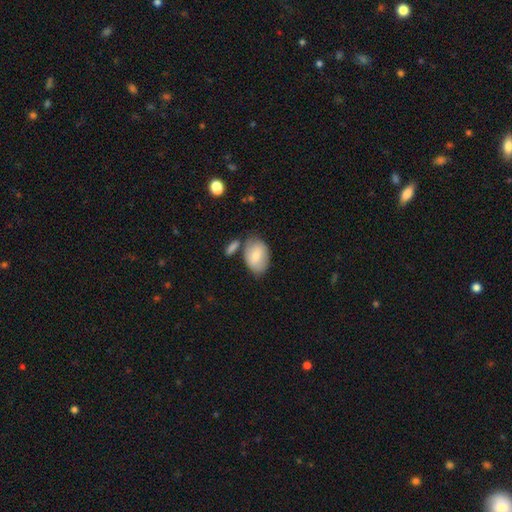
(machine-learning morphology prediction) A smooth galaxy with no disk features (75%) that is in between round and cigar-shaped (86%). Merging: none (58%).